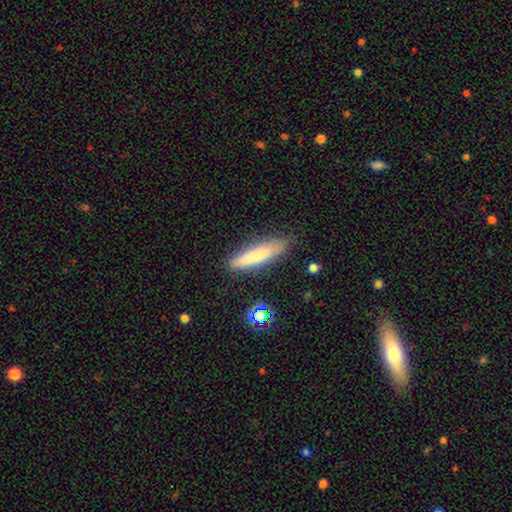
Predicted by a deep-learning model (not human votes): This is likely a smooth galaxy (74%). How rounded: likely cigar-shaped (80%). Merging: clearly none (84%).